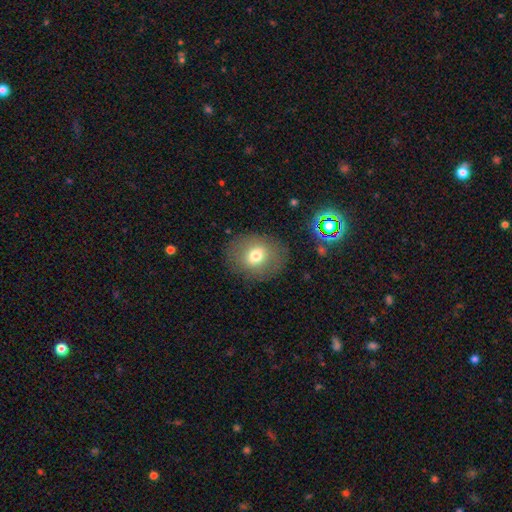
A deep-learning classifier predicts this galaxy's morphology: This appears to be a smooth galaxy with no disk features (69%) that is round (53%). Merging: none (81%).